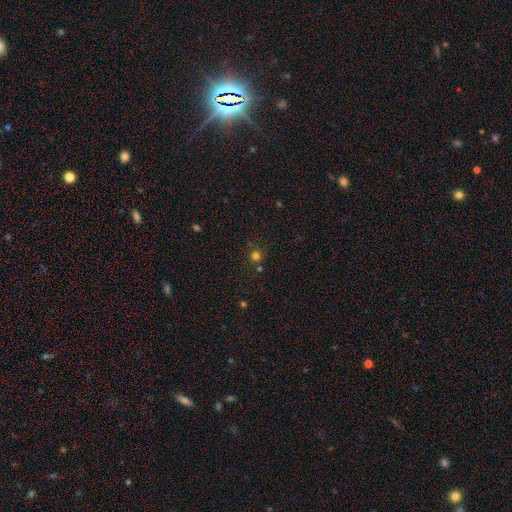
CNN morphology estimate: smooth 71%, star or artifact 23%, featured or disk 6%. Down the decision tree: how rounded — round (93%); merging — none (80%).